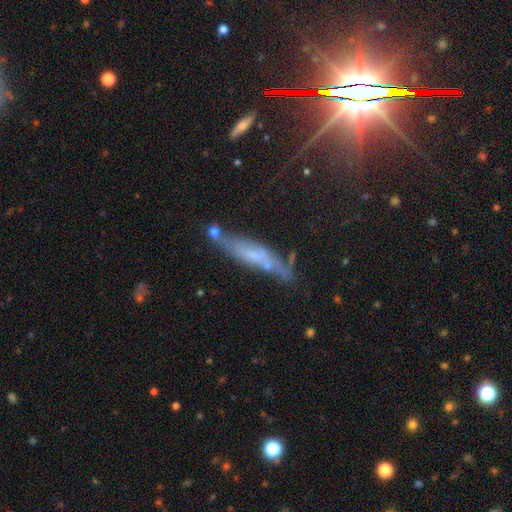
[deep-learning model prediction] The model was most divided on "smooth or featured": featured or disk: 49%, smooth: 38%, star or artifact: 13%. More confident: merging — none (61%).